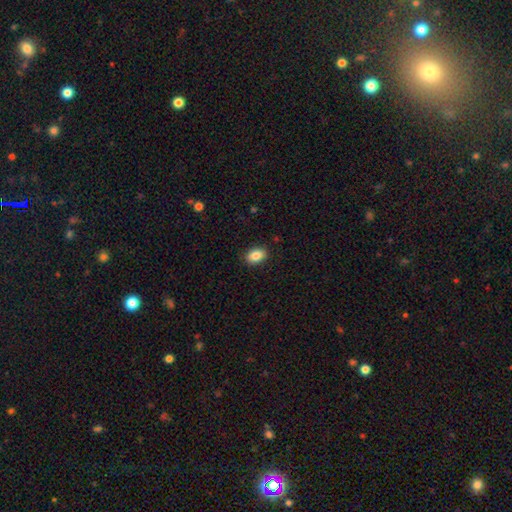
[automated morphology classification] Smooth or featured: smooth — 86% (star or artifact — 8%)
How rounded: in between — 85% (round — 14%)
Merging: none — 89% (minor disturbance — 8%)